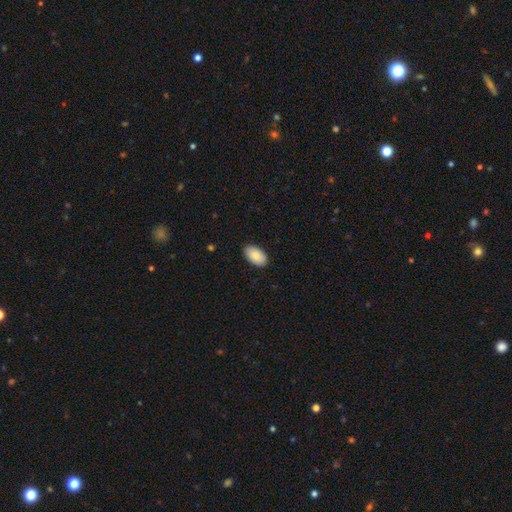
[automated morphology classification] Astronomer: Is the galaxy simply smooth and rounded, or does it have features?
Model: smooth — 86%.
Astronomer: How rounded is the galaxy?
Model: in between — 95%.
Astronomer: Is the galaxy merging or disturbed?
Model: none — 88%.